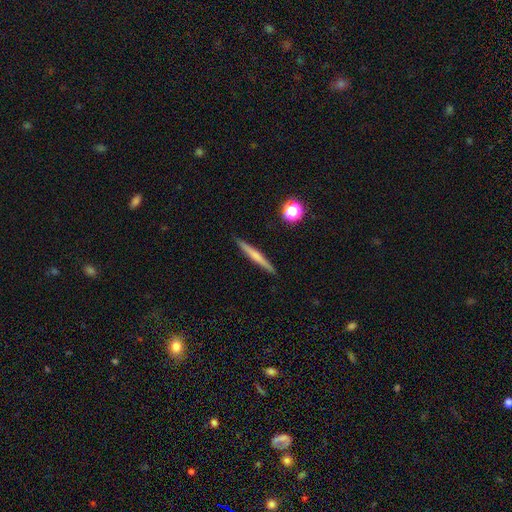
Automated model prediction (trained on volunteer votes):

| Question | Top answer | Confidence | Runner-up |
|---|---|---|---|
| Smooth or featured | smooth | 49% | featured or disk (44%) |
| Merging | none | 91% | minor disturbance (6%) |